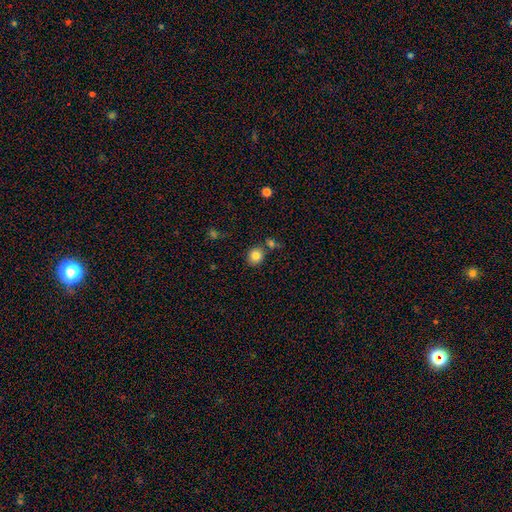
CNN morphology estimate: Smooth or featured? Predicted: smooth (p=0.84). How rounded? Predicted: round (p=0.81). Merging? Predicted: none (p=0.75).